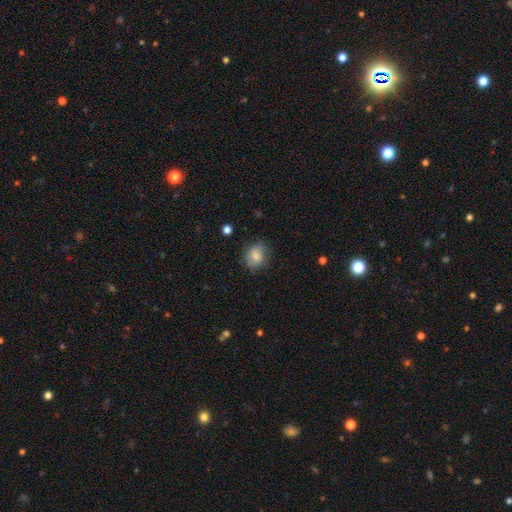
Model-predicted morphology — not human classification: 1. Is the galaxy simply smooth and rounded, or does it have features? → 79% smooth, 13% featured or disk, 8% star or artifact.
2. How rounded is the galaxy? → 52% round, 47% in between, 1% cigar-shaped.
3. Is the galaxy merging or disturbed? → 73% none, 20% minor disturbance, 6% major disturbance, 1% merger.